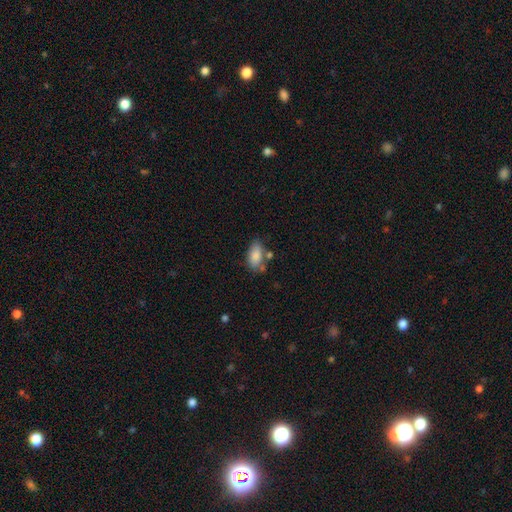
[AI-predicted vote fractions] Morphology: type=smooth (84%); roundness=in between (92%); merging=none (58%).